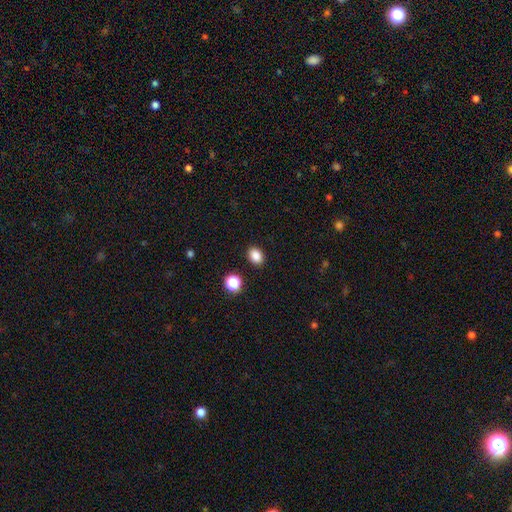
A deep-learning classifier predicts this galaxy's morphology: A smooth galaxy with no disk features (86%) that is in between round and cigar-shaped (64%). Merging: none (89%).